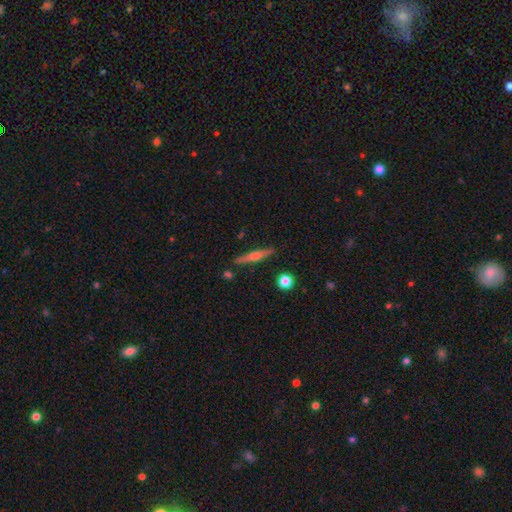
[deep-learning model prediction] Smooth or featured? featured or disk (56%)
Edge-on disk? yes (97%)
Edge-on bulge? rounded (76%)
Merging? none (87%)